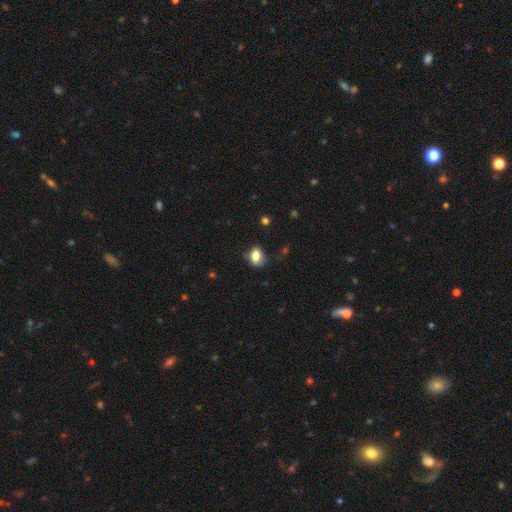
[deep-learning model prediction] This appears to be a smooth galaxy with no disk features (78%) that is in between round and cigar-shaped (74%). Merging: none (61%).